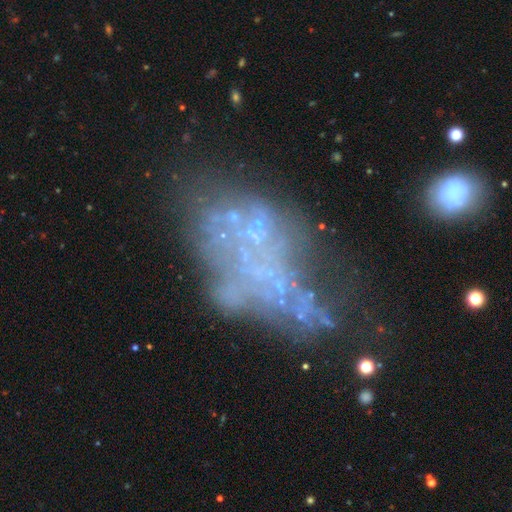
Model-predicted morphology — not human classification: smooth_or_featured: featured or disk (p=0.61) [alt: star or artifact p=0.21]
disk_edge_on: no (p=0.96) [alt: yes p=0.04]
bar: no (p=0.93) [alt: weak p=0.04]
has_spiral_arms: no (p=0.93) [alt: yes p=0.07]
bulge_size: none (p=0.81) [alt: small p=0.13]
merging: major disturbance (p=0.34) [alt: none p=0.32]